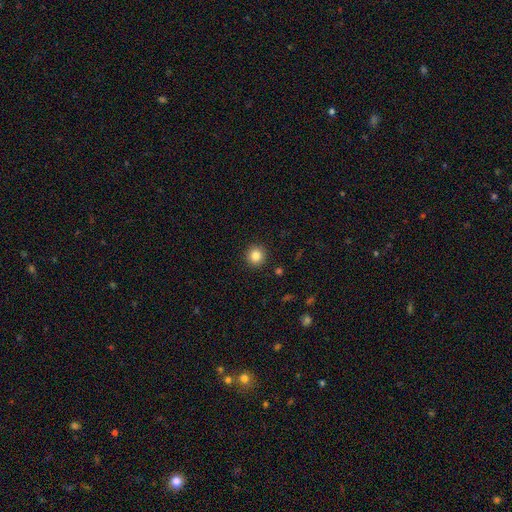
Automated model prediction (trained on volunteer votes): A smooth galaxy with no disk features (84%) that is round (94%). Merging: none (92%).